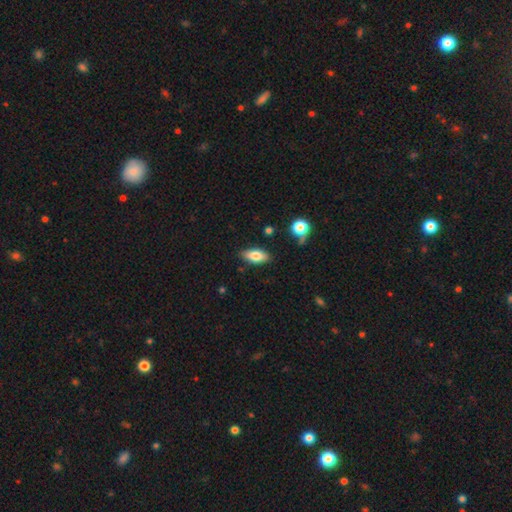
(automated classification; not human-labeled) This appears to be a smooth galaxy with no disk features (77%) that is in between round and cigar-shaped (84%). Merging: none (83%).